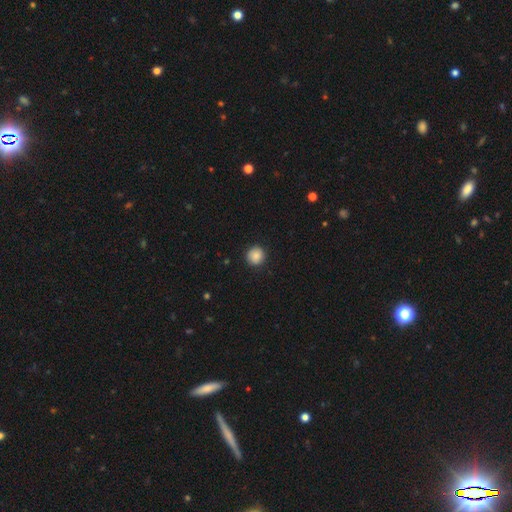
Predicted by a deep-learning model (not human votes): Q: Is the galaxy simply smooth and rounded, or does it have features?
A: smooth — 87%.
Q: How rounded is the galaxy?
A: round — 94%.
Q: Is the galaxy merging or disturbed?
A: none — 91%.